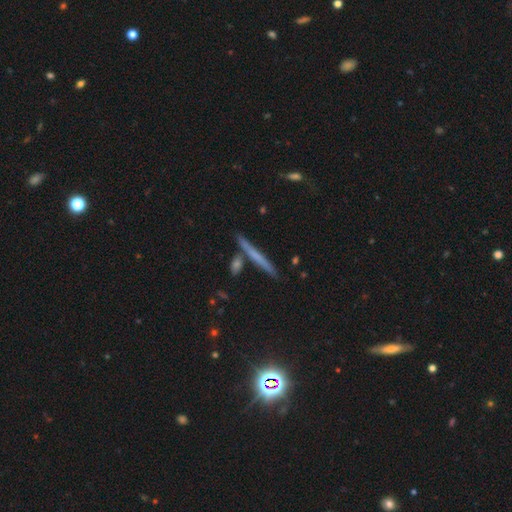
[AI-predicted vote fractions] Overall: smooth (49%; featured or disk 43%). Merging: none (82%).